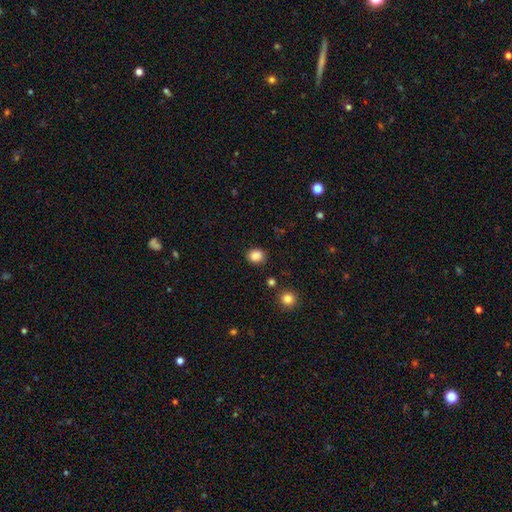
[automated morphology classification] Overall: smooth (86%). How rounded: round (66%; in between 33%). Merging: none (85%).